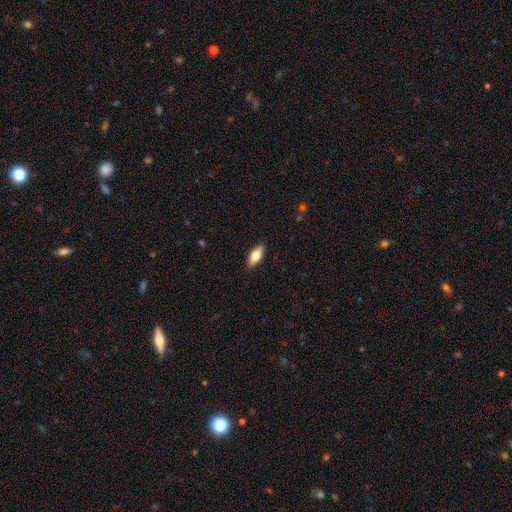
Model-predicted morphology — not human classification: smooth 72%, featured or disk 22%, star or artifact 6%. Down the decision tree: how rounded — in between (79%); merging — none (88%).